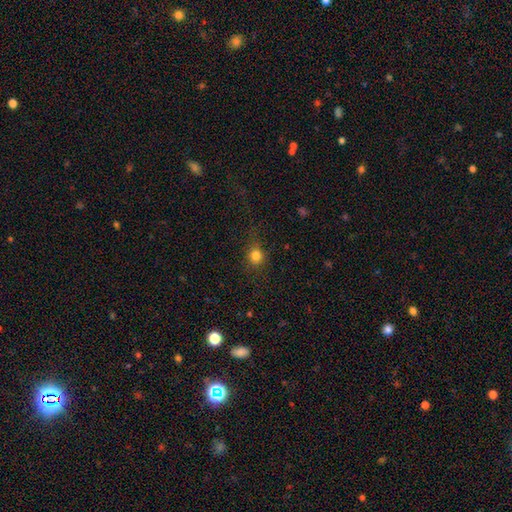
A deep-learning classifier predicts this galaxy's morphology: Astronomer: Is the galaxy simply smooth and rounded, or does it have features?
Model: smooth — 80%.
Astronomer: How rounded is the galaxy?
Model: round — 81%.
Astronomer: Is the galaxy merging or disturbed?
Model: none — 77%.